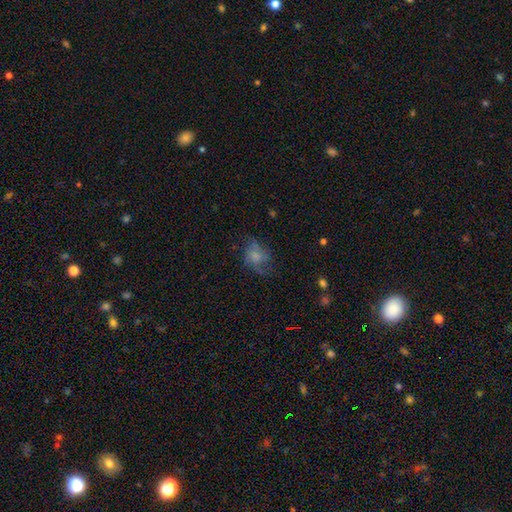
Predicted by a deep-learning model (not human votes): smooth_or_featured: smooth (p=0.48) [alt: featured or disk p=0.39]
merging: none (p=0.45) [alt: major disturbance p=0.29]